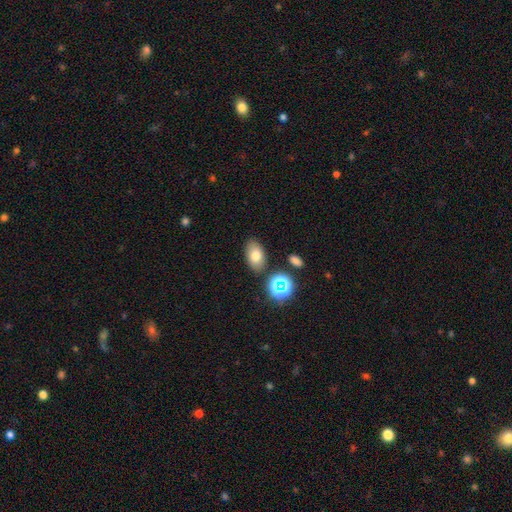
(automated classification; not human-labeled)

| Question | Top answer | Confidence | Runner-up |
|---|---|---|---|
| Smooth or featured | smooth | 73% | featured or disk (14%) |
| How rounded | in between | 87% | round (11%) |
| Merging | none | 82% | minor disturbance (11%) |